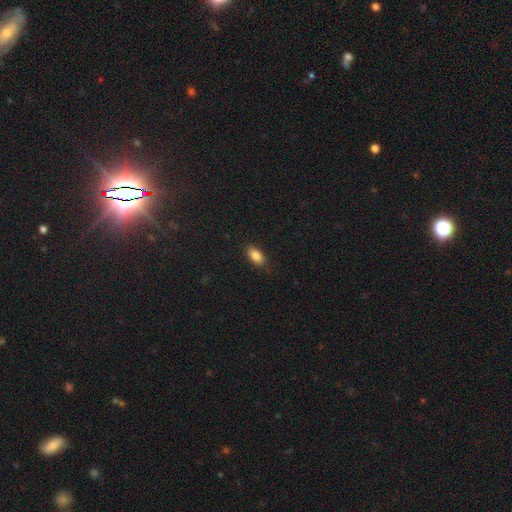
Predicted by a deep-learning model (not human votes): Smooth or featured? Predicted: smooth (p=0.85). How rounded? Predicted: in between (p=0.90). Merging? Predicted: none (p=0.84).